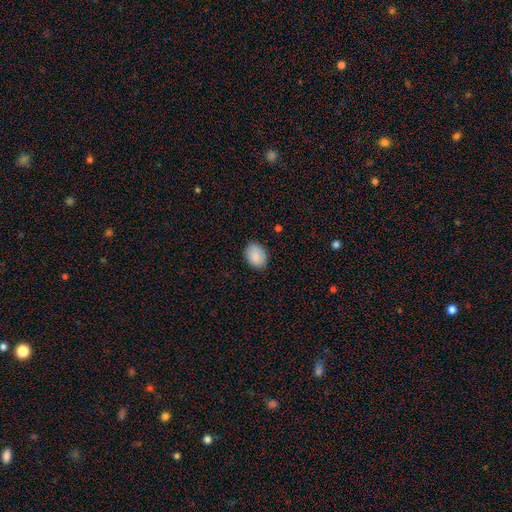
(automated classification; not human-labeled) Overall: smooth (88%). How rounded: in between (69%; round 30%). Merging: none (85%).